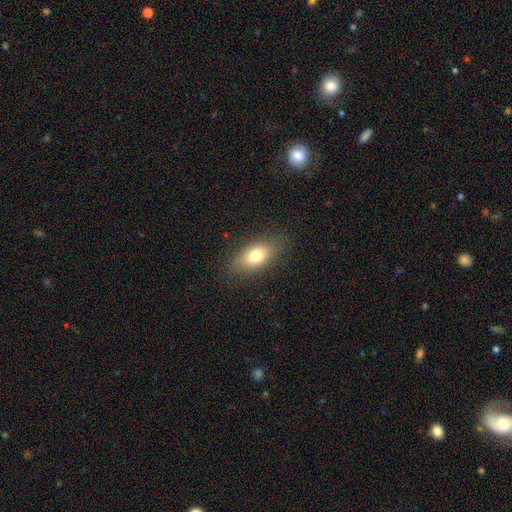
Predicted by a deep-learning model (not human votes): Smooth or featured: smooth — 74% (featured or disk — 16%)
How rounded: in between — 83% (round — 9%)
Merging: none — 83% (minor disturbance — 12%)